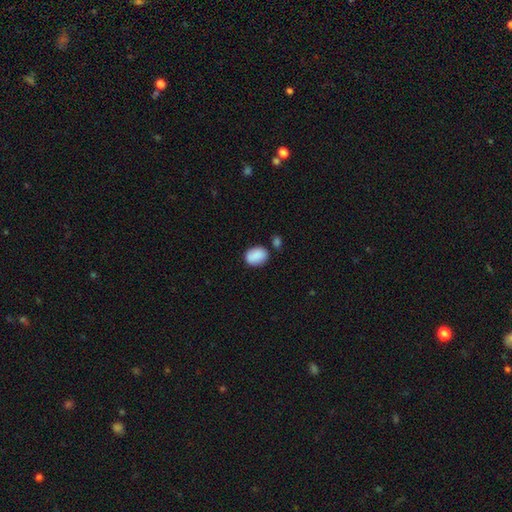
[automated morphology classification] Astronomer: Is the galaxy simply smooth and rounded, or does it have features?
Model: smooth — 86%.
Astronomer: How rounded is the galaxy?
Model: in between — 67%.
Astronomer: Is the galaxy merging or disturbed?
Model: none — 68%.